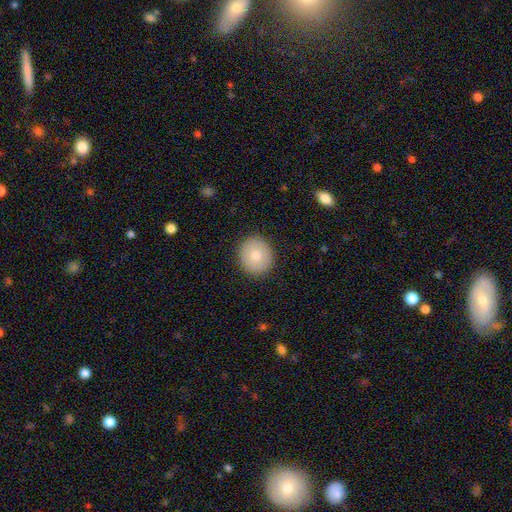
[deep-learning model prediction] This appears to be a smooth galaxy with no disk features (78%) that is round (87%). Merging: none (90%).